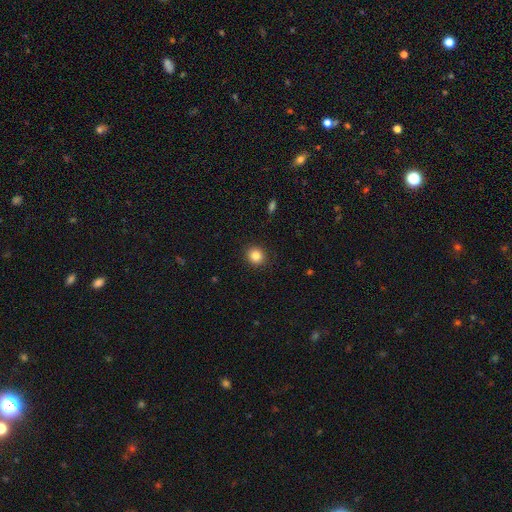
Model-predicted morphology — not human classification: The model was most divided on "how rounded": round: 84%, in between: 15%, cigar-shaped: 1%. More confident: merging — none (90%); smooth or featured — smooth (85%).